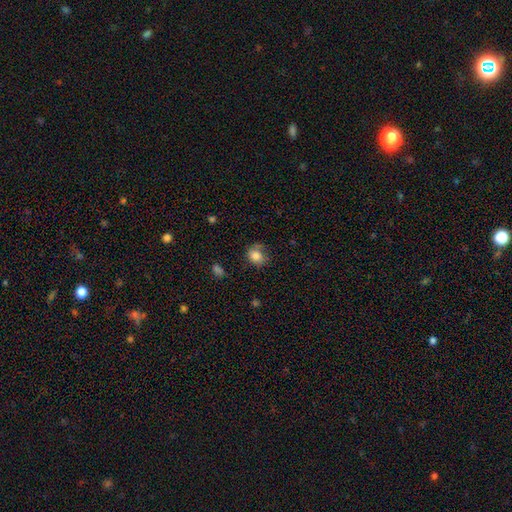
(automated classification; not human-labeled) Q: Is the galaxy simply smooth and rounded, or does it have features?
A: smooth — 79%.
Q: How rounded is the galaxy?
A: round — 59%.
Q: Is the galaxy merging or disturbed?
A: none — 55%.